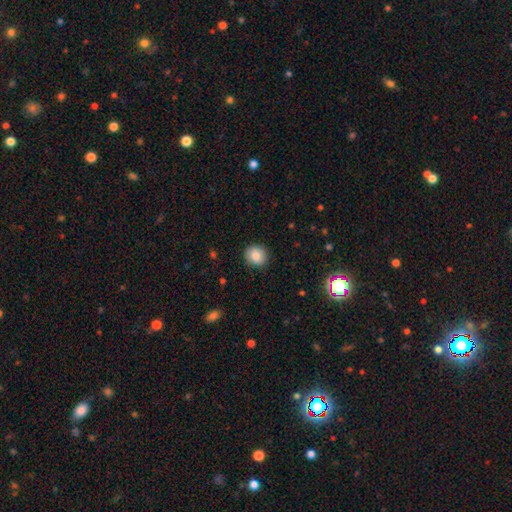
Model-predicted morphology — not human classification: smooth_or_featured: smooth (p=0.85) [alt: star or artifact p=0.09]
how_rounded: round (p=0.85) [alt: in between p=0.14]
merging: none (p=0.89) [alt: minor disturbance p=0.08]